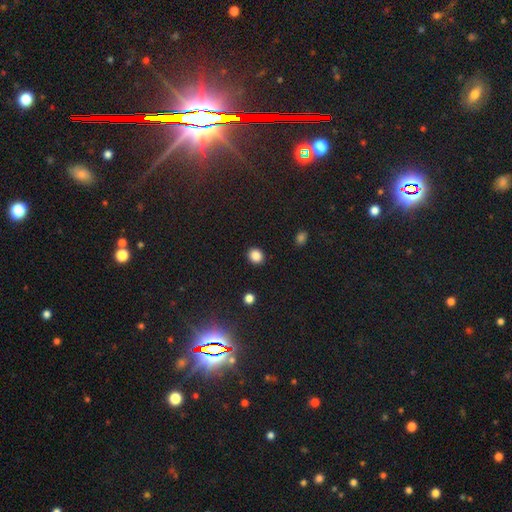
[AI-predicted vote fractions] Morphology: type=smooth (87%); roundness=round (75%); merging=none (90%).